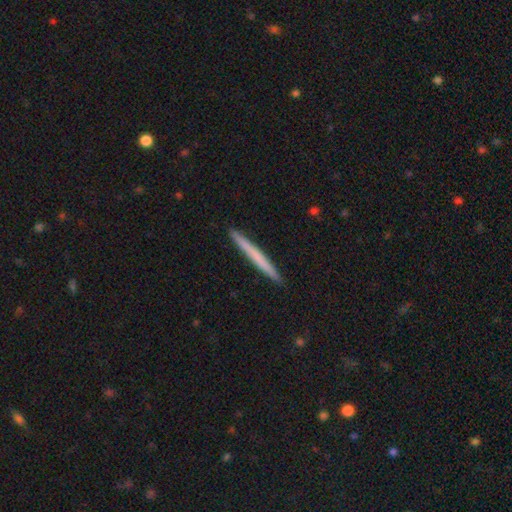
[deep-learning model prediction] A smooth galaxy with no disk features (60%) that is cigar-shaped (97%).

Vote fractions:
- Smooth or featured? smooth: 60% / featured or disk: 35% / star or artifact: 5%
- How rounded? cigar-shaped: 97% / in between: 1% / round: 1%
- Merging? none: 93% / minor disturbance: 5% / major disturbance: 1% / merger: 1%